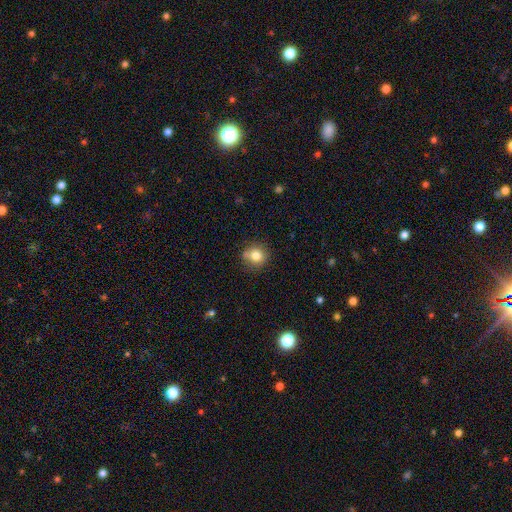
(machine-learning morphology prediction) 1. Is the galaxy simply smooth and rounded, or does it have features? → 80% smooth, 11% star or artifact, 9% featured or disk.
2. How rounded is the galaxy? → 87% round, 13% in between, 1% cigar-shaped.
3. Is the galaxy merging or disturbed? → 77% none, 16% minor disturbance, 3% major disturbance, 3% merger.